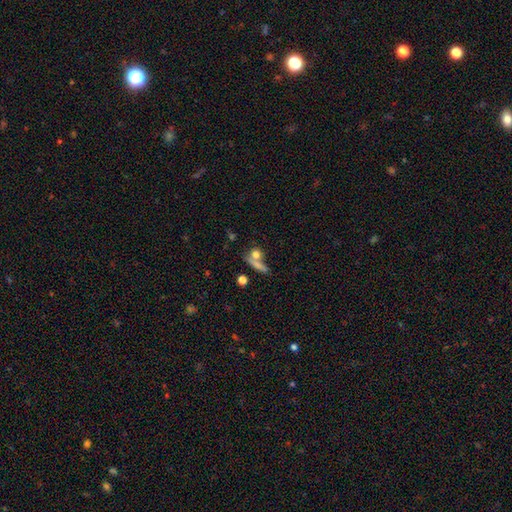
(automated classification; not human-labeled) Q: Smooth or featured?
A: smooth (71%); runner-up: featured or disk (18%)
Q: How rounded?
A: round (54%); runner-up: cigar-shaped (23%)
Q: Merging?
A: none (49%); runner-up: merger (32%)